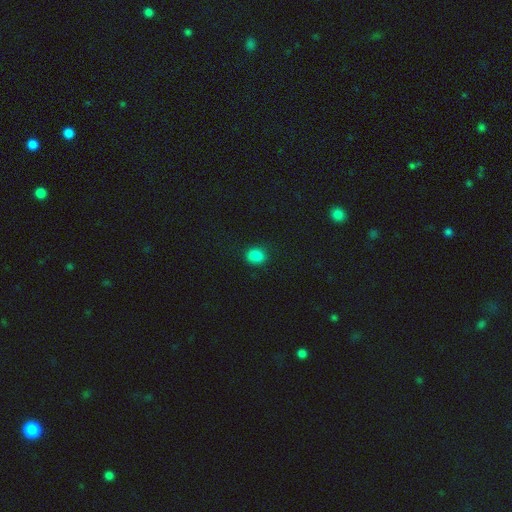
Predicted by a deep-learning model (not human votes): Smooth or featured?
  - smooth: 84% *
  - star or artifact: 12%
  - featured or disk: 3%
How rounded?
  - in between: 51% *
  - round: 47%
  - cigar-shaped: 1%
Merging?
  - none: 84% *
  - minor disturbance: 12%
  - major disturbance: 3%
  - merger: 1%